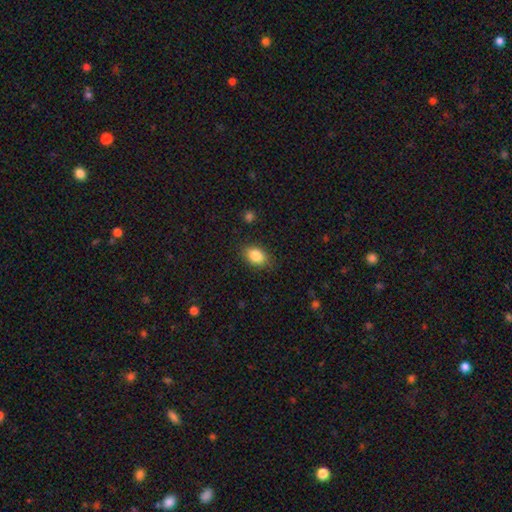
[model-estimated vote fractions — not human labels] Q: Smooth or featured?
A: smooth (86%); runner-up: star or artifact (8%)
Q: How rounded?
A: in between (79%); runner-up: round (19%)
Q: Merging?
A: none (84%); runner-up: minor disturbance (12%)